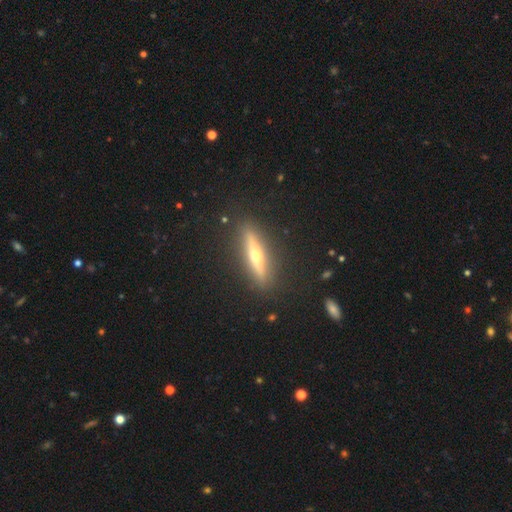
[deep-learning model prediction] smooth-or-featured: featured or disk: 66% | smooth: 27% | star or artifact: 7%
  disk-edge-on: yes: 94% | no: 6%
    edge-on-bulge: rounded: 92% | none: 6% | boxy: 3%
  merging: none: 89% | minor disturbance: 7% | major disturbance: 2% | merger: 1%